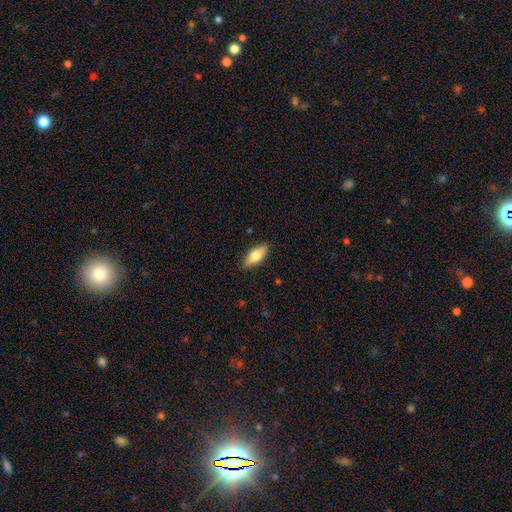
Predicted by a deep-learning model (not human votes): Smooth or featured? smooth (66%)
How rounded? in between (69%)
Merging? none (87%)